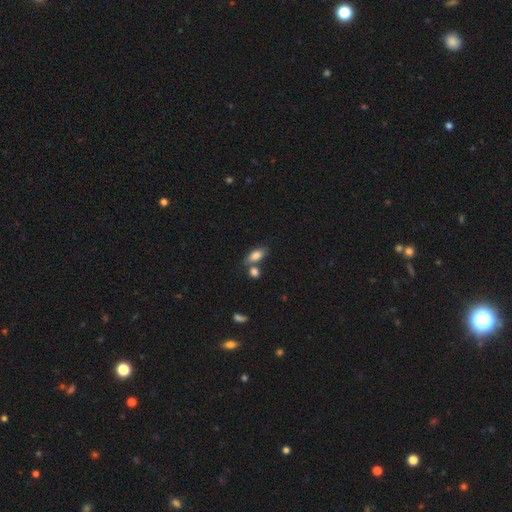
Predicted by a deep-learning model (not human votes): A smooth galaxy with no disk features (82%) that is in between round and cigar-shaped (86%). Merging: none (56%).